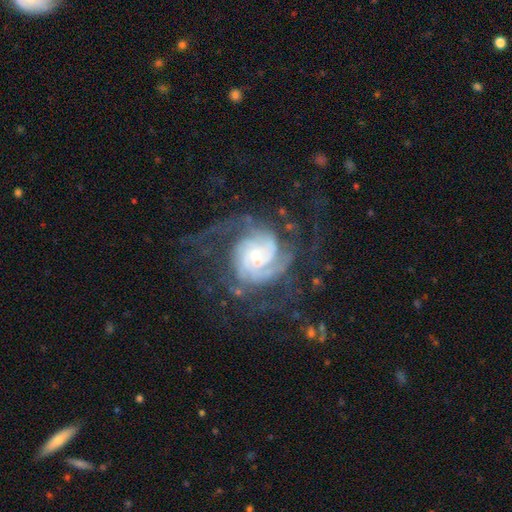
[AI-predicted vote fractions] The model was most divided on "spiral arm count": 2: 32%, 3: 23%, can't tell: 21%, 4: 11%, 1: 7%, more than 4: 7%. More confident: edge-on disk — no (98%); spiral arms — yes (98%); smooth or featured — featured or disk (89%); merging — none (59%); bulge size — small (58%); spiral winding — tight (58%); bar — no (51%).